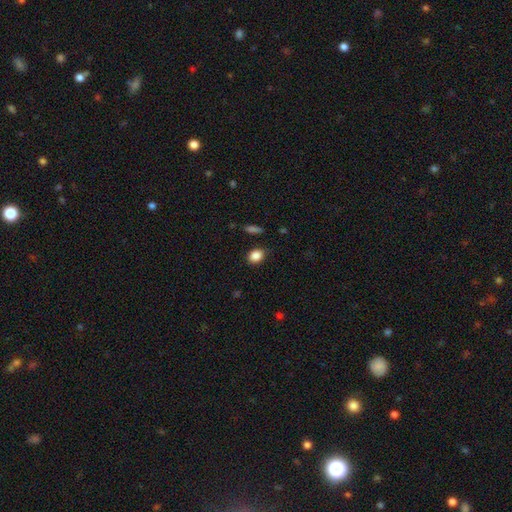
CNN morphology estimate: A smooth galaxy with no disk features (86%) that is in between round and cigar-shaped (62%). Merging: none (82%).